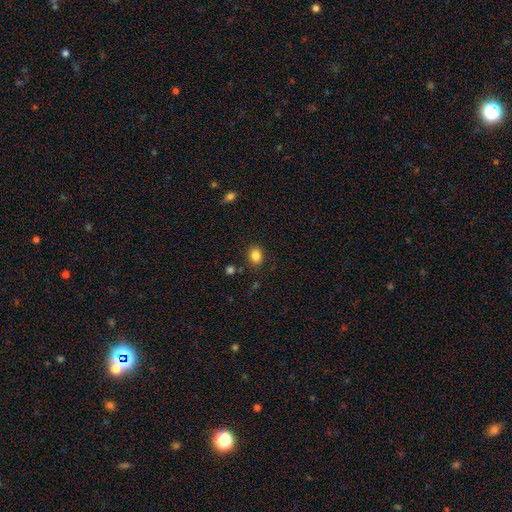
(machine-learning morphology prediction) Smooth or featured? smooth (85%)
How rounded? round (54%)
Merging? none (86%)